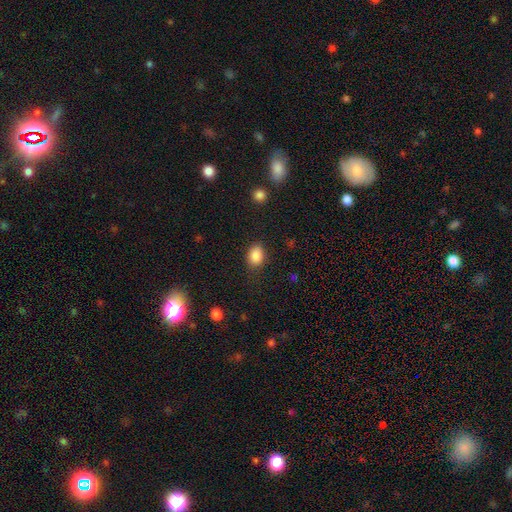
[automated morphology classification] A smooth galaxy with no disk features (86%) that is in between round and cigar-shaped (69%).

Vote fractions:
- Smooth or featured? smooth: 86% / star or artifact: 9% / featured or disk: 5%
- How rounded? in between: 69% / round: 30% / cigar-shaped: 1%
- Merging? none: 80% / minor disturbance: 15% / major disturbance: 4% / merger: 1%